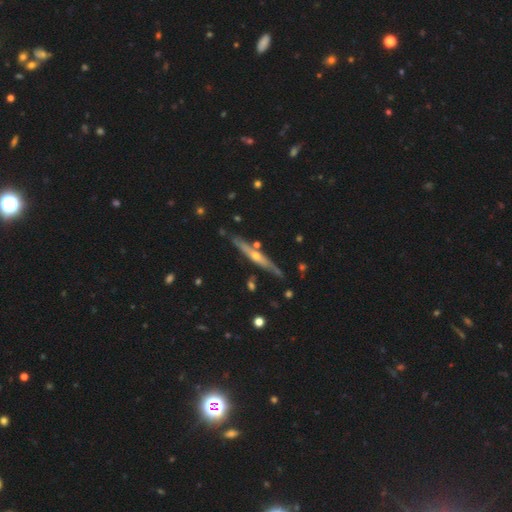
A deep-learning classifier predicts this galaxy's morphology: This appears to be a featured or disk galaxy (76%) viewed edge-on (96%) with a rounded central bulge (80%). Merging: none (83%).